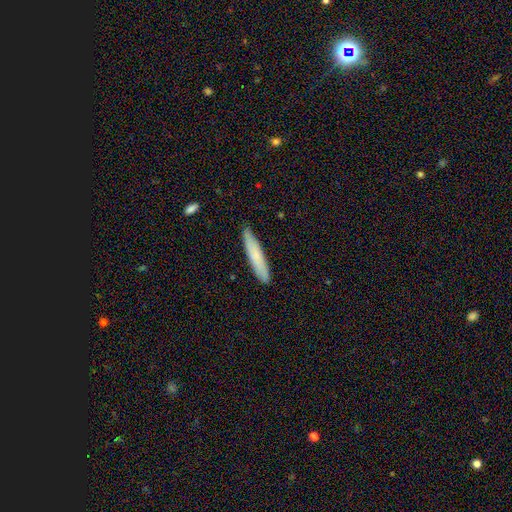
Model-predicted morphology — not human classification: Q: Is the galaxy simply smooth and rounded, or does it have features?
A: smooth — 75%.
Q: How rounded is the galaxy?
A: cigar-shaped — 89%.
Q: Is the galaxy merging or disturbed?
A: none — 87%.